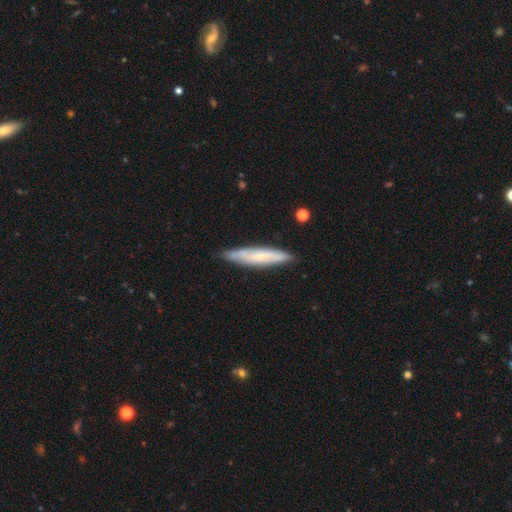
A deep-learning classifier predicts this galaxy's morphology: Smooth or featured: smooth — 48% (featured or disk — 45%)
Merging: none — 84% (minor disturbance — 13%)